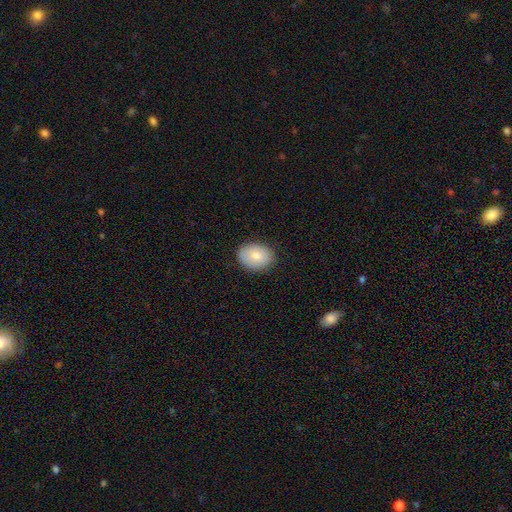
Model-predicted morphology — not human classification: Smooth or featured: smooth — 82% (featured or disk — 12%)
How rounded: in between — 66% (round — 33%)
Merging: none — 85% (minor disturbance — 12%)